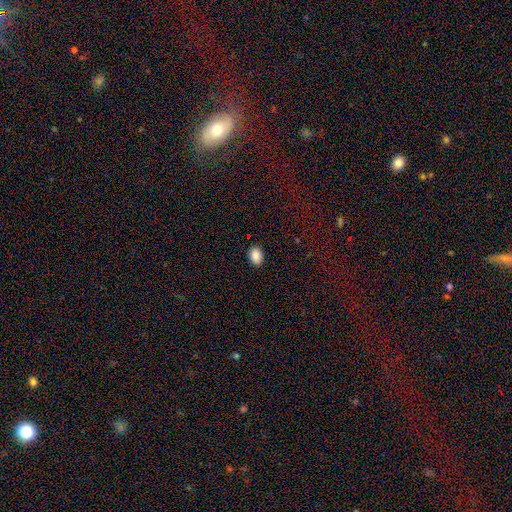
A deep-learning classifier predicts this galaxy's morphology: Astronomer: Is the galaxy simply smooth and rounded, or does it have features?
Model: smooth — 88%.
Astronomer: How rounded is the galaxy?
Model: in between — 79%.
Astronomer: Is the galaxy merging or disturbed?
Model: none — 89%.